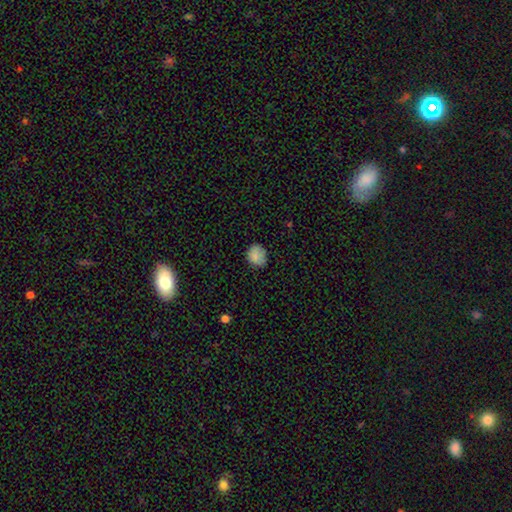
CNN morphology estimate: The model was most divided on "how rounded": round: 58%, in between: 41%, cigar-shaped: 1%. More confident: smooth or featured — smooth (84%); merging — none (73%).